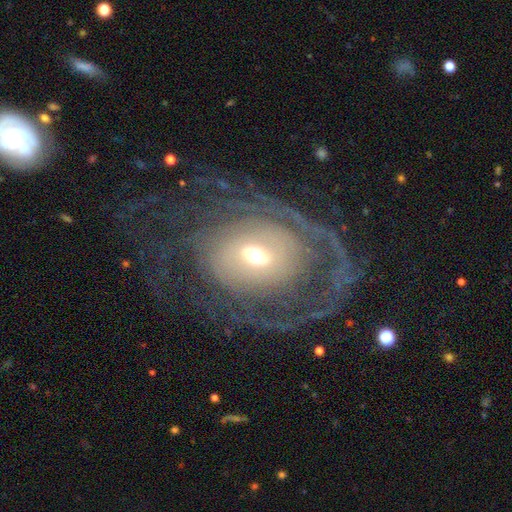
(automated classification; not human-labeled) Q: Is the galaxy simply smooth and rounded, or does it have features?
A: featured or disk — 78%.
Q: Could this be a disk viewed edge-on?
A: no — 96%.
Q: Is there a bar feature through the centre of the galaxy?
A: no — 45%.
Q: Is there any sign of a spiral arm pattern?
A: yes — 78%.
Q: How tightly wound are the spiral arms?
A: tight — 45%.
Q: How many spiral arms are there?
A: can't tell — 33%.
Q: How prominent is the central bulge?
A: moderate — 60%.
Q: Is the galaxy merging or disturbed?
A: none — 54%.